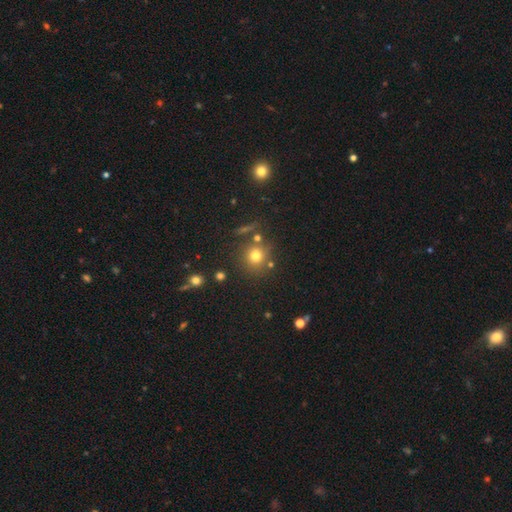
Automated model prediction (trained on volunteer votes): Smooth or featured: smooth — 73% (star or artifact — 18%)
How rounded: round — 91% (in between — 8%)
Merging: none — 76% (merger — 10%)